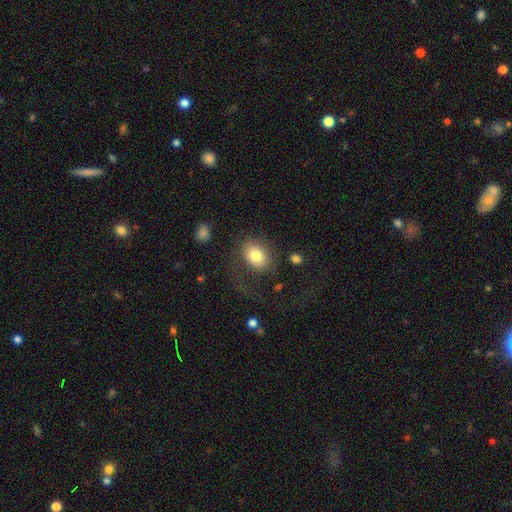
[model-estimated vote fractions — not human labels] The model was most divided on "how rounded": in between: 65%, round: 34%, cigar-shaped: 1%. More confident: smooth or featured — smooth (79%); merging — none (60%).